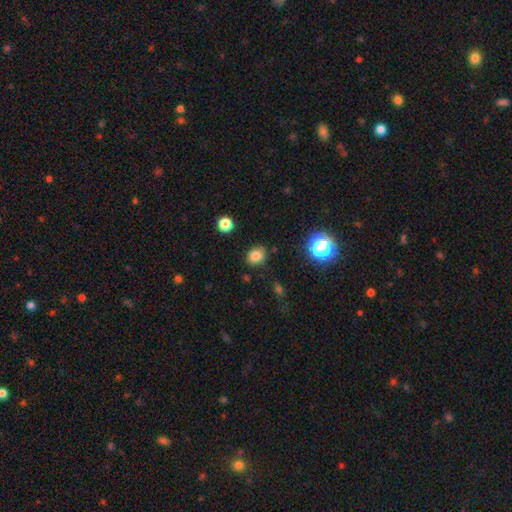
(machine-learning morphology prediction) Q: Smooth or featured?
A: smooth (81%); runner-up: star or artifact (13%)
Q: How rounded?
A: round (61%); runner-up: in between (38%)
Q: Merging?
A: none (85%); runner-up: minor disturbance (11%)